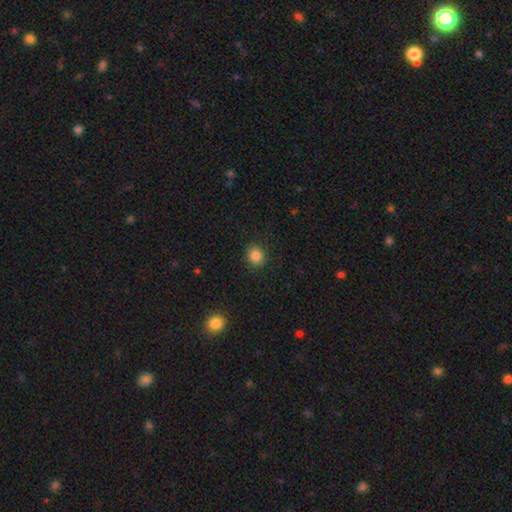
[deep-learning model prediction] Overall: smooth (85%). How rounded: round (82%). Merging: none (89%).